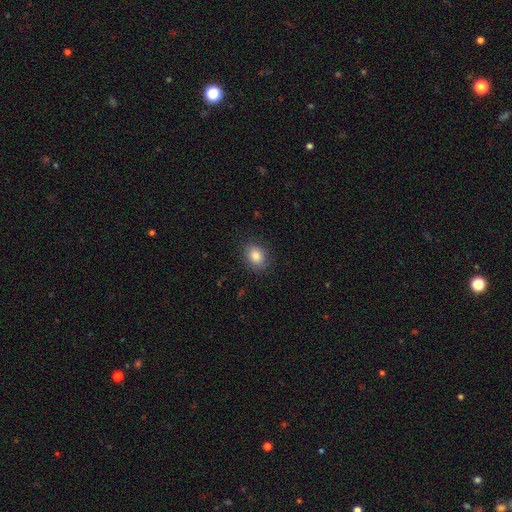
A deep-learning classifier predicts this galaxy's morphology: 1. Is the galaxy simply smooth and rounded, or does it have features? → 84% smooth, 9% star or artifact, 7% featured or disk.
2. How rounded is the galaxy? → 60% in between, 39% round, 1% cigar-shaped.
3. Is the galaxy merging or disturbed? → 85% none, 11% minor disturbance, 3% major disturbance, 1% merger.